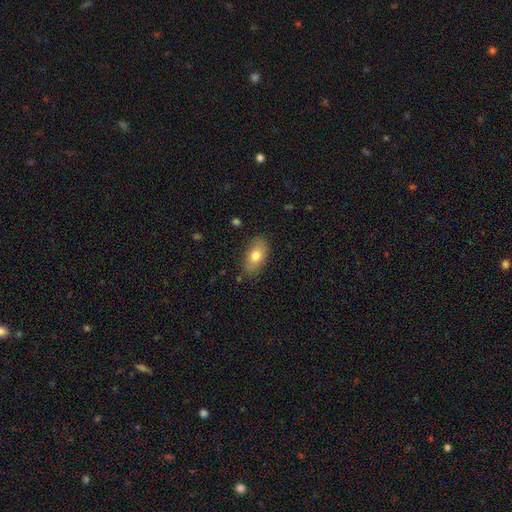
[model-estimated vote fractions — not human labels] smooth_or_featured: smooth (p=0.76) [alt: featured or disk p=0.17]
how_rounded: in between (p=0.90) [alt: round p=0.06]
merging: none (p=0.82) [alt: minor disturbance p=0.14]